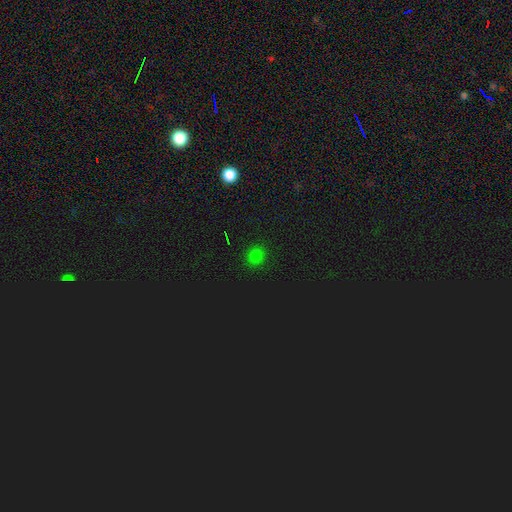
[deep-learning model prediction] Smooth or featured: smooth — 74% (star or artifact — 22%)
How rounded: round — 83% (in between — 15%)
Merging: none — 90% (minor disturbance — 7%)